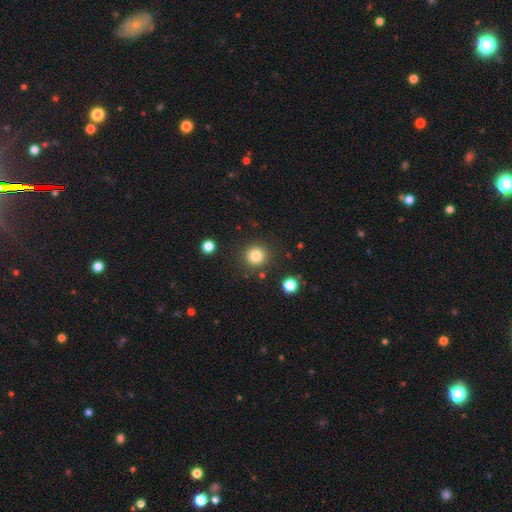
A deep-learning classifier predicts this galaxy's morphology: Smooth or featured?
  - smooth: 82% *
  - star or artifact: 12%
  - featured or disk: 6%
How rounded?
  - round: 93% *
  - in between: 6%
  - cigar-shaped: 1%
Merging?
  - none: 88% *
  - minor disturbance: 7%
  - merger: 3%
  - major disturbance: 3%